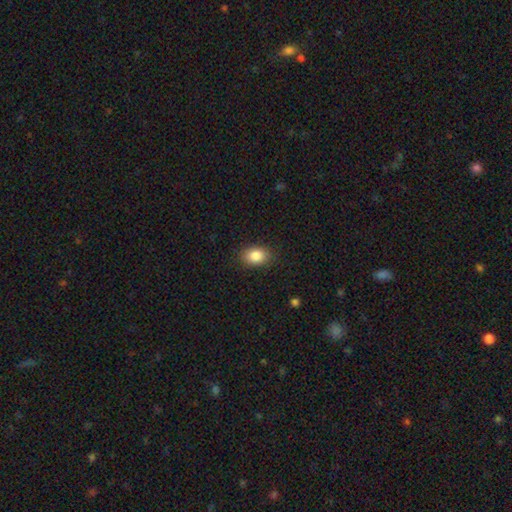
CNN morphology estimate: Smooth or featured? smooth (86%)
How rounded? in between (78%)
Merging? none (87%)